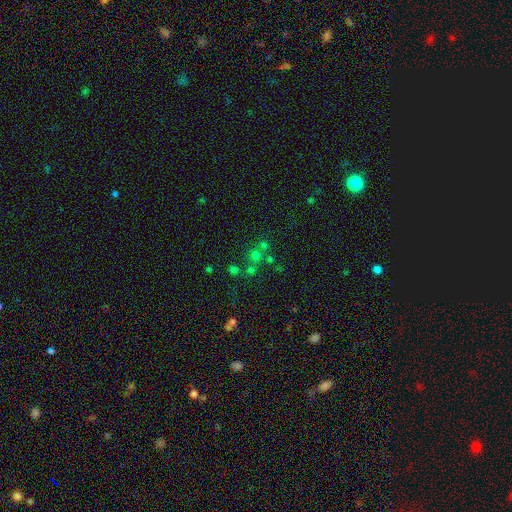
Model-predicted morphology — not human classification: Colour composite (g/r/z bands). It shows a smooth galaxy with no disk features (46%). Merging: none (59%).